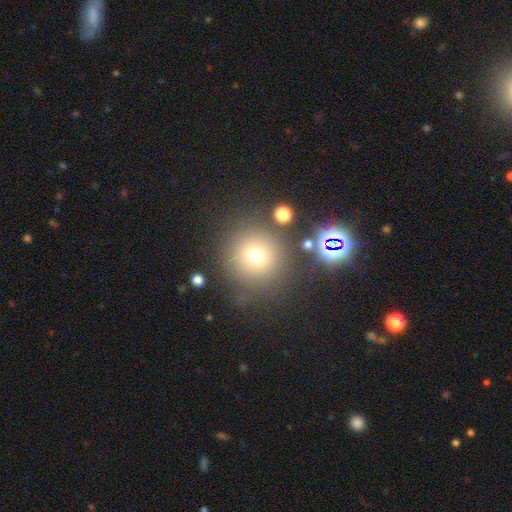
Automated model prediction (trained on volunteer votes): smooth_or_featured: smooth (p=0.68) [alt: star or artifact p=0.21]
how_rounded: round (p=0.95) [alt: in between p=0.04]
merging: none (p=0.82) [alt: minor disturbance p=0.09]